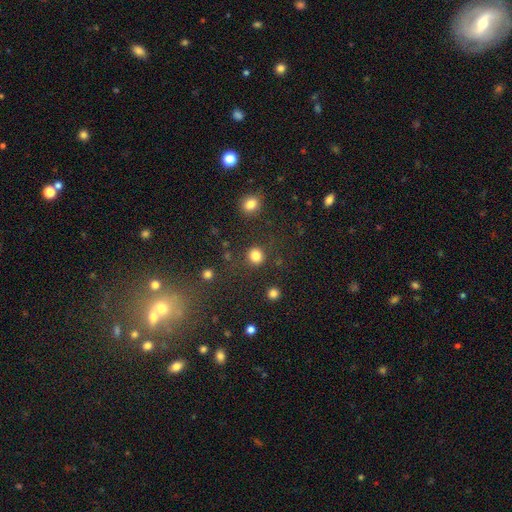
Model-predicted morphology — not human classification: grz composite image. It shows a smooth galaxy with no disk features (83%) that is round (88%). Merging: none (86%).